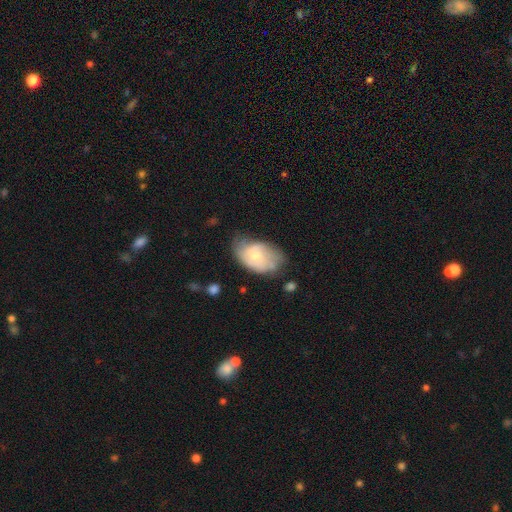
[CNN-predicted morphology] type=featured or disk (46%, tied with smooth); merging=none (50%).